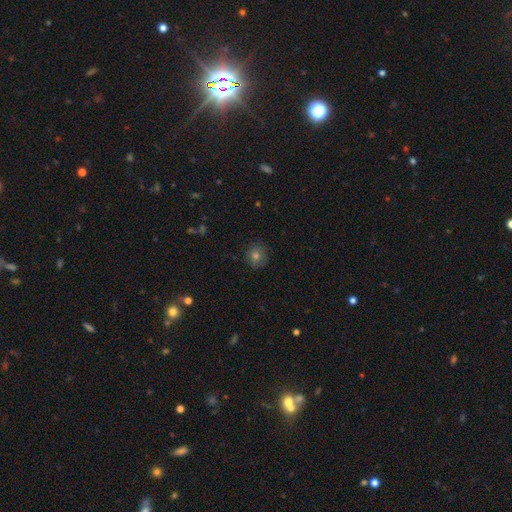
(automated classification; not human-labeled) smooth_or_featured: smooth (p=0.66) [alt: star or artifact p=0.19]
how_rounded: round (p=0.85) [alt: in between p=0.14]
merging: none (p=0.84) [alt: minor disturbance p=0.12]